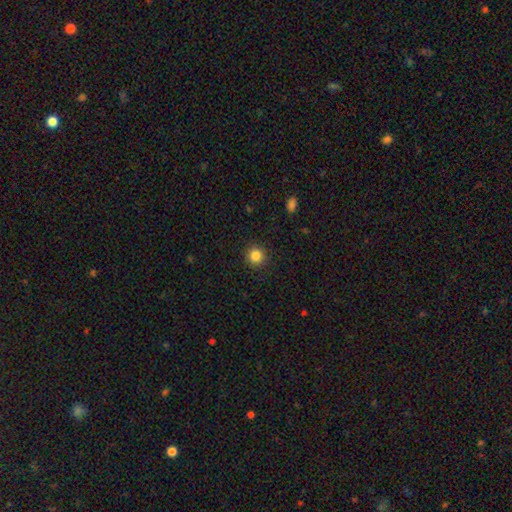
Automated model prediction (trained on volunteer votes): A smooth galaxy with no disk features (85%) that is round (94%).

Vote fractions:
- Smooth or featured? smooth: 85% / star or artifact: 11% / featured or disk: 4%
- How rounded? round: 94% / in between: 5% / cigar-shaped: 1%
- Merging? none: 91% / minor disturbance: 6% / major disturbance: 2% / merger: 1%